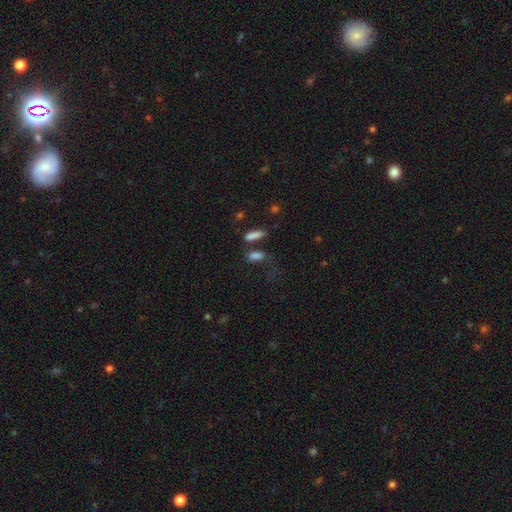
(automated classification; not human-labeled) Smooth or featured?
  - smooth: 78% *
  - star or artifact: 13%
  - featured or disk: 10%
How rounded?
  - in between: 65% *
  - cigar-shaped: 28%
  - round: 7%
Merging?
  - none: 46% *
  - merger: 24%
  - minor disturbance: 16%
  - major disturbance: 14%